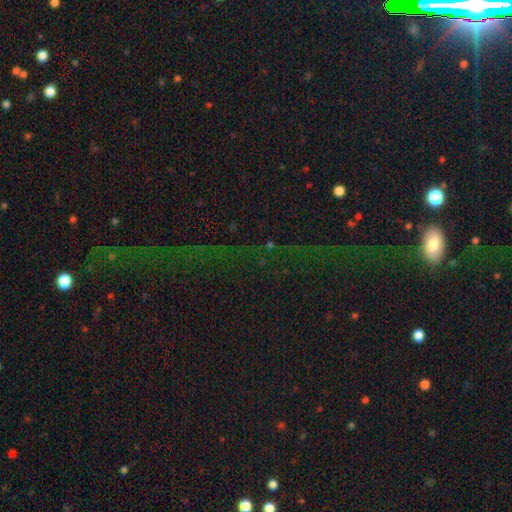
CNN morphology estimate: Smooth or featured? Predicted: star or artifact (p=0.68).